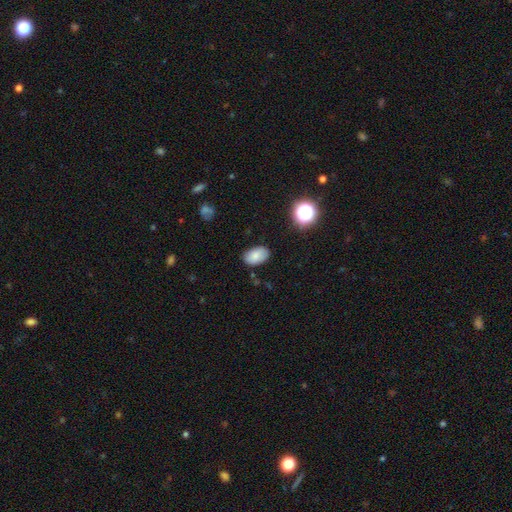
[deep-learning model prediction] Smooth or featured? Predicted: smooth (p=0.82). How rounded? Predicted: in between (p=0.90). Merging? Predicted: none (p=0.81).